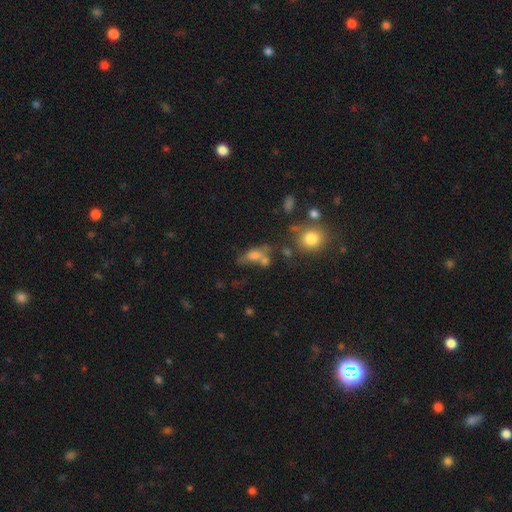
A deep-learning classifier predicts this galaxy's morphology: This is likely a smooth galaxy (62%). How rounded: likely in between (71%). Merging: marginally merger (35%).